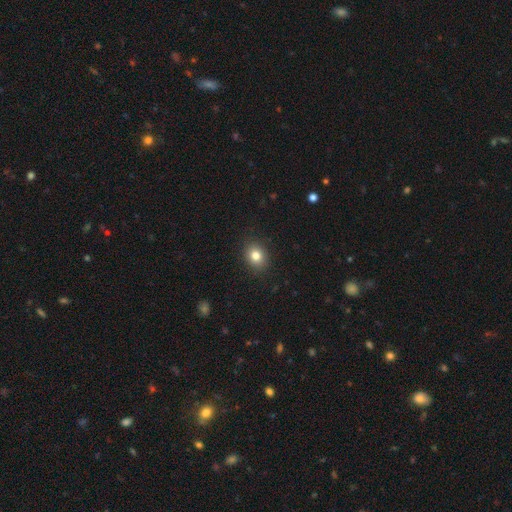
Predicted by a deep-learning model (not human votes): A smooth galaxy with no disk features (82%) that is round (58%). Merging: none (89%).